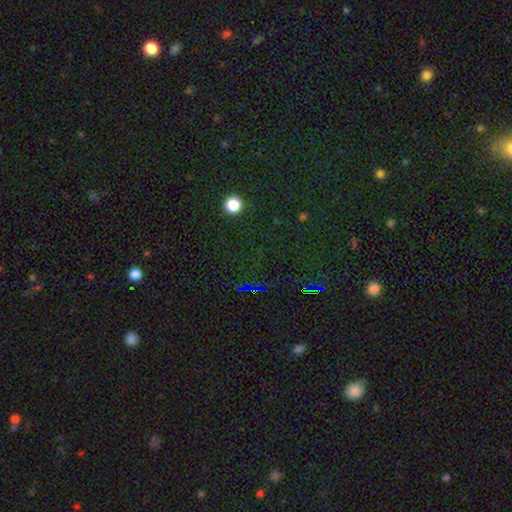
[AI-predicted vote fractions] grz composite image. It shows a star or artifact, not a galaxy (71%).